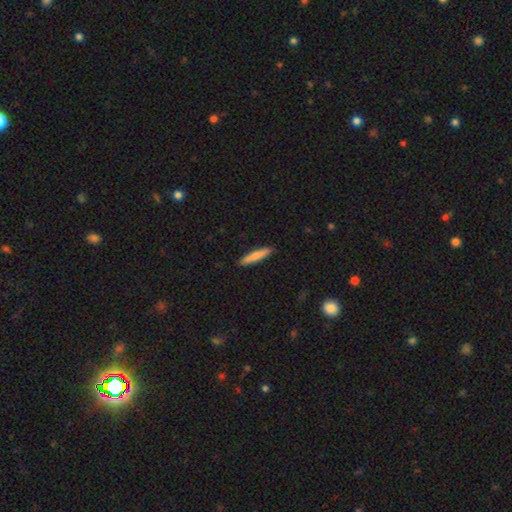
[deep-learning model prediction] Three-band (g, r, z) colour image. It shows a smooth galaxy with no disk features (77%) that is cigar-shaped (90%). Merging: none (90%).